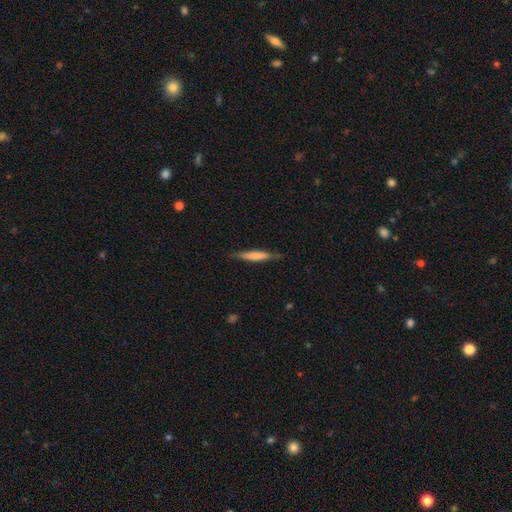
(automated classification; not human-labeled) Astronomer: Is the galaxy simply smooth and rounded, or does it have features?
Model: smooth — 58% (runner-up: featured or disk, 36%).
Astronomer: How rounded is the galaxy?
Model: cigar-shaped — 91%.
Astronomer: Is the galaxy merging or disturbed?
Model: none — 84%.